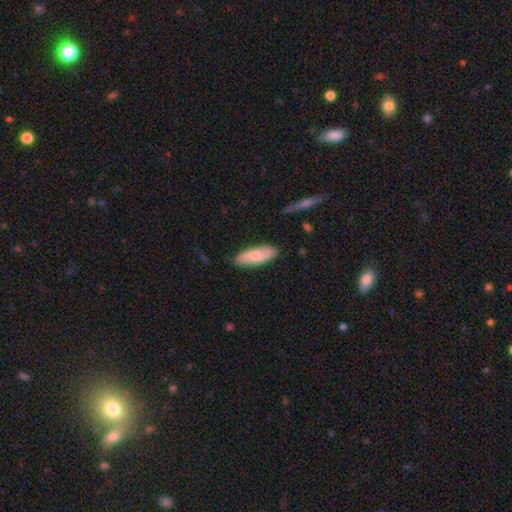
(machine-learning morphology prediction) smooth 56%, featured or disk 38%, star or artifact 6%. Down the decision tree: how rounded — in between (71%); merging — none (83%).